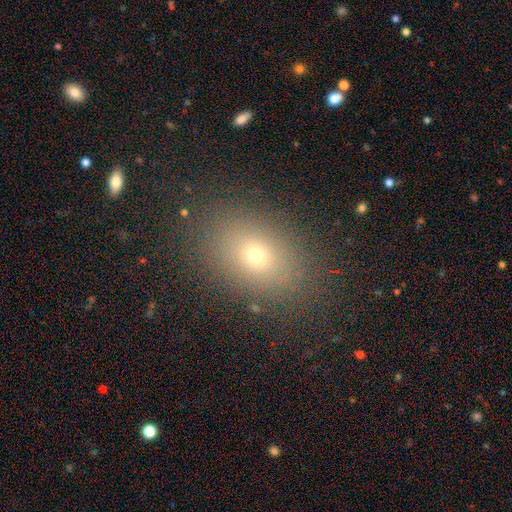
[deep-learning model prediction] smooth-or-featured: smooth: 67% | star or artifact: 18% | featured or disk: 15%
  how-rounded: in between: 71% | round: 27% | cigar-shaped: 1%
  merging: none: 82% | minor disturbance: 11% | major disturbance: 5% | merger: 2%